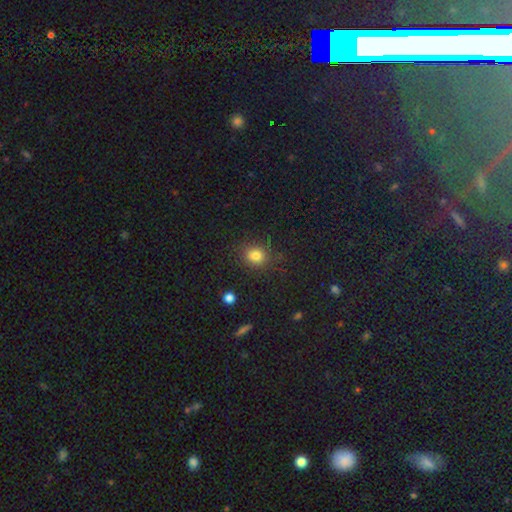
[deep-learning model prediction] A smooth galaxy with no disk features (78%) that is round (72%). Merging: none (82%).